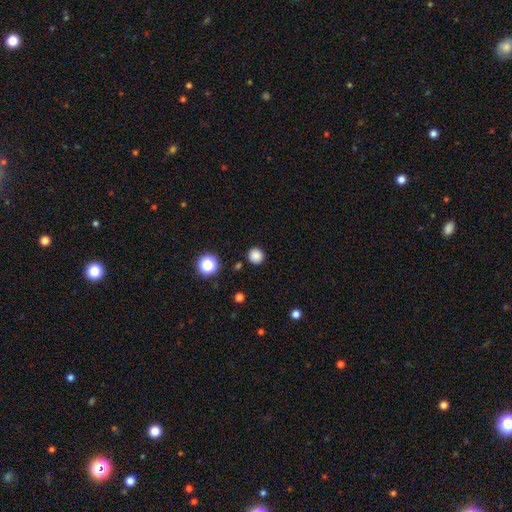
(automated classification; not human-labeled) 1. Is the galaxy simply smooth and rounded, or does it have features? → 84% smooth, 12% star or artifact, 3% featured or disk.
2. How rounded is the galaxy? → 94% round, 5% in between, 1% cigar-shaped.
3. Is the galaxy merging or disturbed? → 90% none, 6% minor disturbance, 2% merger, 2% major disturbance.